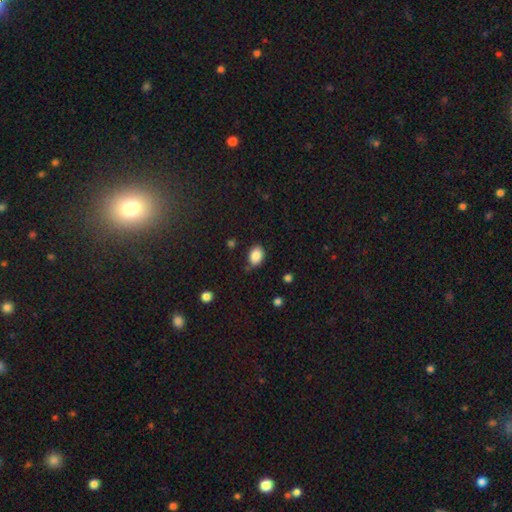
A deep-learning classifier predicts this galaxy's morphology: Smooth or featured? smooth (87%)
How rounded? in between (73%)
Merging? none (71%)